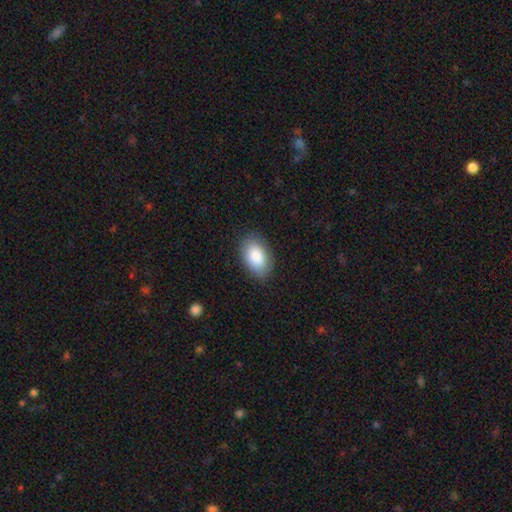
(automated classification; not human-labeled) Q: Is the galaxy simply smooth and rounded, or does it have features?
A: smooth — 84%.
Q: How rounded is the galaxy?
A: in between — 90%.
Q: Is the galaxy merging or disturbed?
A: none — 84%.